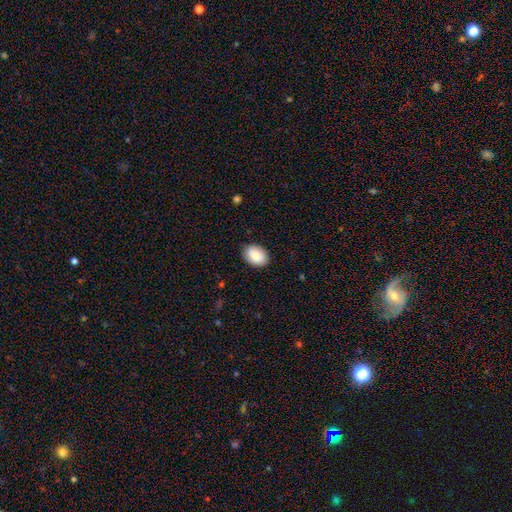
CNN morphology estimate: This is clearly a smooth galaxy (86%). How rounded: likely in between (78%). Merging: clearly none (88%).